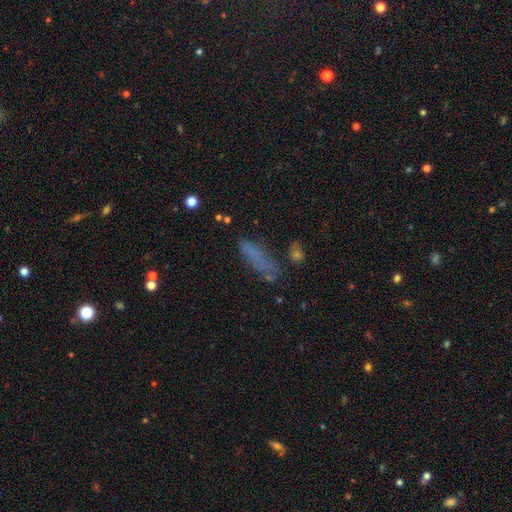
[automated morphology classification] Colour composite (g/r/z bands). It shows a smooth galaxy with no disk features (65%) that is cigar-shaped (63%). Merging: none (54%).